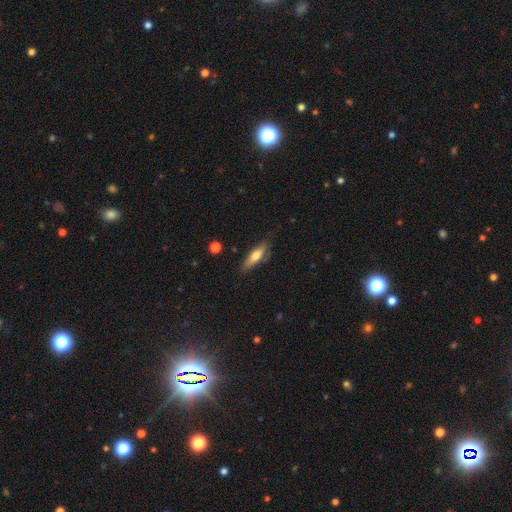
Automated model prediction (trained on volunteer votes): Q: Smooth or featured?
A: smooth (66%); runner-up: featured or disk (28%)
Q: How rounded?
A: cigar-shaped (60%); runner-up: in between (38%)
Q: Merging?
A: none (77%); runner-up: minor disturbance (17%)